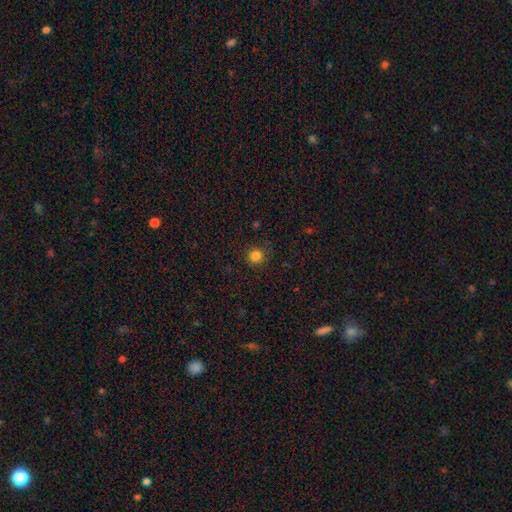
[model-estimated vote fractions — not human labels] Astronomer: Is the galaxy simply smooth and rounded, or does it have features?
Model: smooth — 83%.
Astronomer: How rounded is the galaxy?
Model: round — 94%.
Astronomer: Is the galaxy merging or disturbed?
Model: none — 88%.